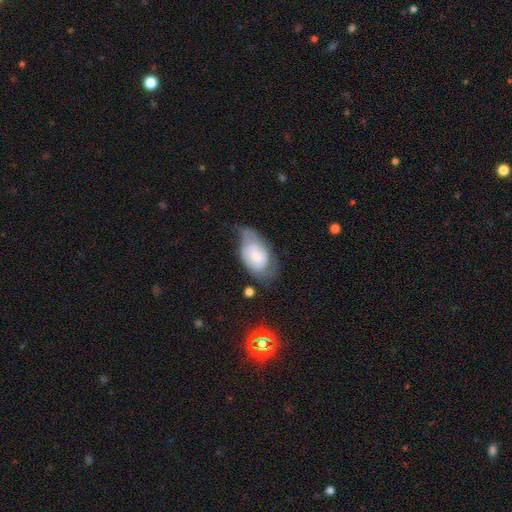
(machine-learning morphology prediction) Smooth or featured: featured or disk — 49% (smooth — 41%)
Merging: none — 38% (minor disturbance — 37%)